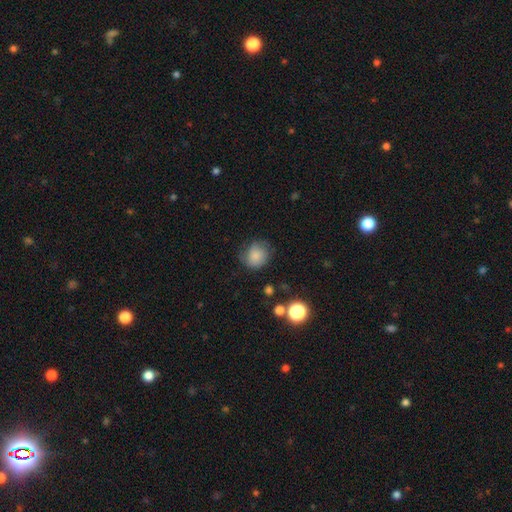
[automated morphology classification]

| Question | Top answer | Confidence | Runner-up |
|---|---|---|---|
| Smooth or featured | smooth | 79% | featured or disk (11%) |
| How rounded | round | 77% | in between (22%) |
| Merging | none | 64% | minor disturbance (25%) |